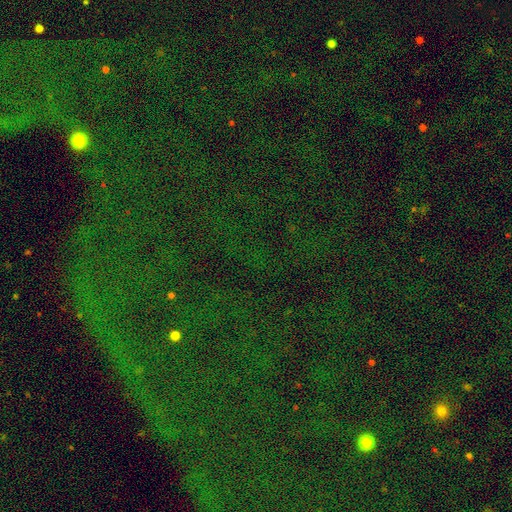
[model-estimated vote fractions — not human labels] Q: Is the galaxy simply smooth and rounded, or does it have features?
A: star or artifact — 84%.